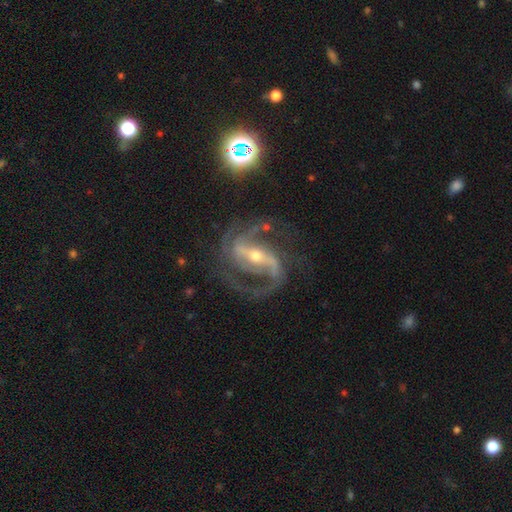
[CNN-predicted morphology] Q: Smooth or featured?
A: featured or disk (91%); runner-up: star or artifact (6%)
Q: Edge-on disk?
A: no (97%); runner-up: yes (3%)
Q: Bar?
A: strong (64%); runner-up: weak (26%)
Q: Spiral arms?
A: yes (98%); runner-up: no (2%)
Q: Spiral winding?
A: medium (60%); runner-up: loose (21%)
Q: Spiral arm count?
A: 2 (87%); runner-up: 3 (5%)
Q: Bulge size?
A: small (52%); runner-up: moderate (44%)
Q: Merging?
A: none (72%); runner-up: minor disturbance (15%)